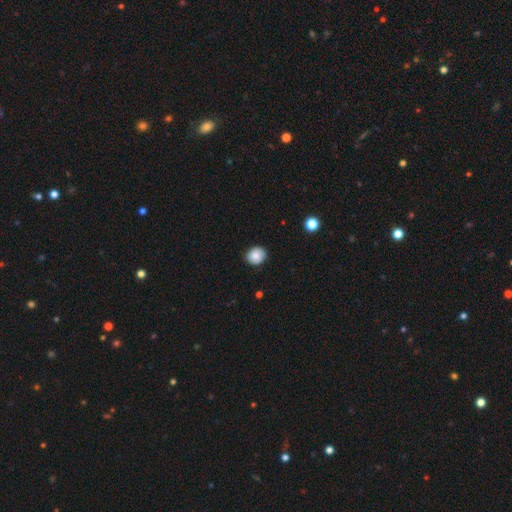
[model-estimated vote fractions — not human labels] Smooth or featured?
  - smooth: 84% *
  - star or artifact: 9%
  - featured or disk: 7%
How rounded?
  - round: 78% *
  - in between: 21%
  - cigar-shaped: 1%
Merging?
  - none: 84% *
  - minor disturbance: 12%
  - major disturbance: 2%
  - merger: 1%